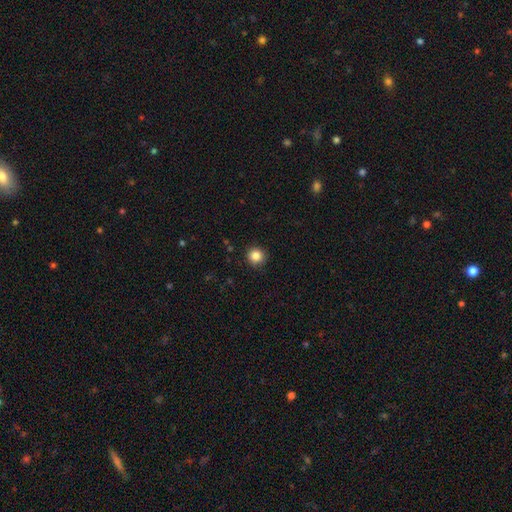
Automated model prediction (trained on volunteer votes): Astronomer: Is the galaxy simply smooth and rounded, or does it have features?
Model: smooth — 85%.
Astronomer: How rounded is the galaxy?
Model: round — 94%.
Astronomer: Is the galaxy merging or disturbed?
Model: none — 90%.